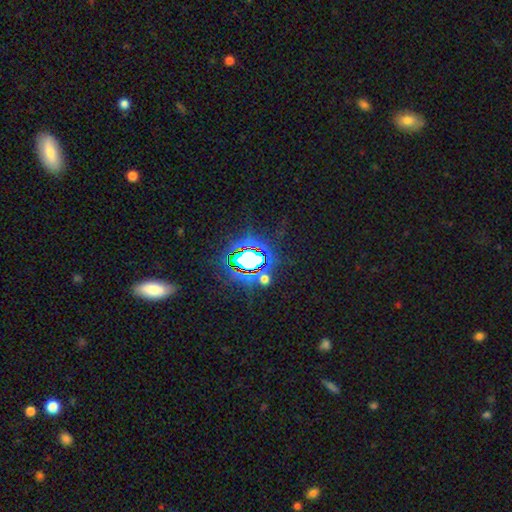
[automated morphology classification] star or artifact 73%, smooth 16%, featured or disk 11%.